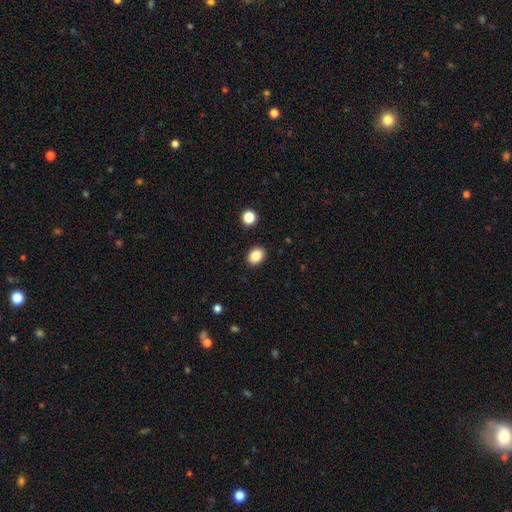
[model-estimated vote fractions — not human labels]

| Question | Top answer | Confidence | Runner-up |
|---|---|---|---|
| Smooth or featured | smooth | 86% | star or artifact (9%) |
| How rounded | in between | 61% | round (38%) |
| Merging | none | 90% | minor disturbance (6%) |